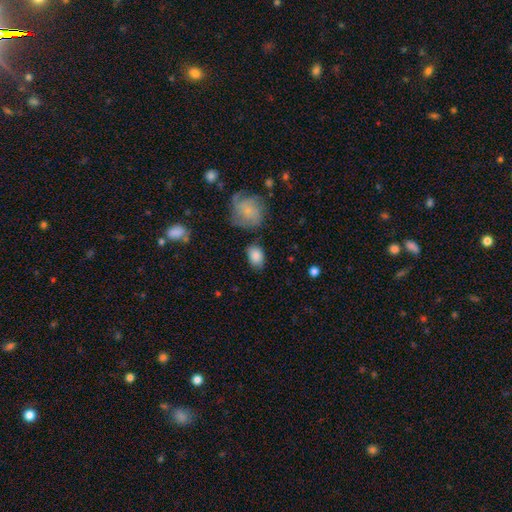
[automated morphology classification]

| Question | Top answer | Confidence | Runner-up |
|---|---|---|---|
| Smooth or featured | smooth | 84% | featured or disk (9%) |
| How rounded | in between | 76% | round (23%) |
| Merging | none | 74% | minor disturbance (16%) |